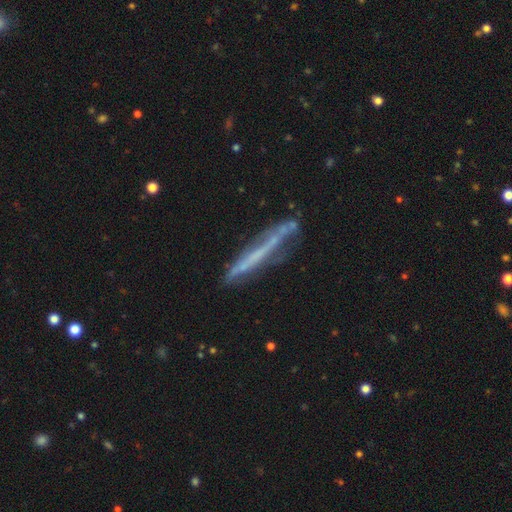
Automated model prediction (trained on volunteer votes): Morphology: type=featured or disk (60%); edge-on=yes (87%); edge-on bulge=none (88%); merging=none (71%).